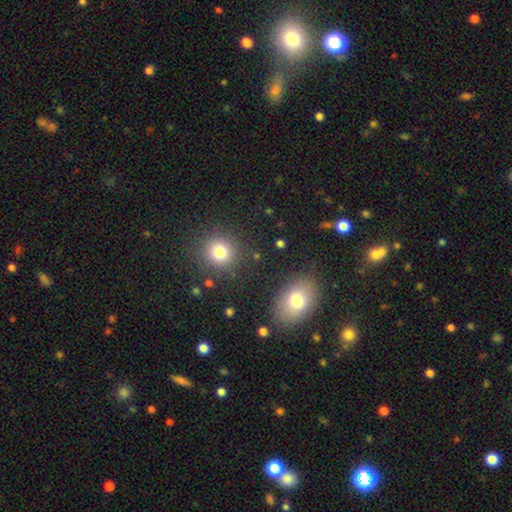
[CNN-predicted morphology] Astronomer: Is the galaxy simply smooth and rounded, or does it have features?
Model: smooth — 71%.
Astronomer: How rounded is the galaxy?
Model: round — 77%.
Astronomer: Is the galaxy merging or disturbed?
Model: none — 87%.